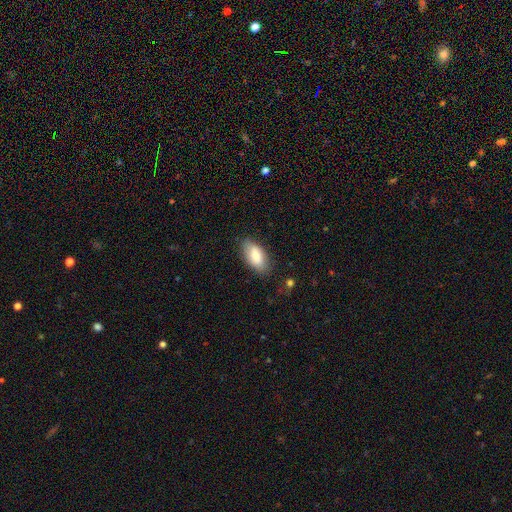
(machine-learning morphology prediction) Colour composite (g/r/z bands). It shows a smooth galaxy with no disk features (79%) that is in between round and cigar-shaped (92%). Merging: none (81%).